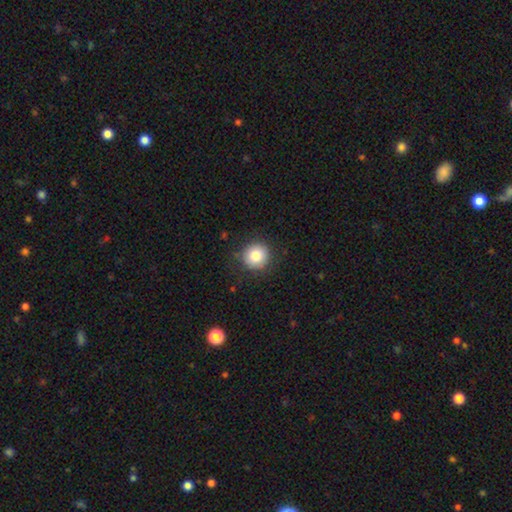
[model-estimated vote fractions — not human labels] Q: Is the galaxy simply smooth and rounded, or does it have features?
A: smooth — 84%.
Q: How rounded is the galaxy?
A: round — 93%.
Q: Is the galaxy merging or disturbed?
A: none — 85%.